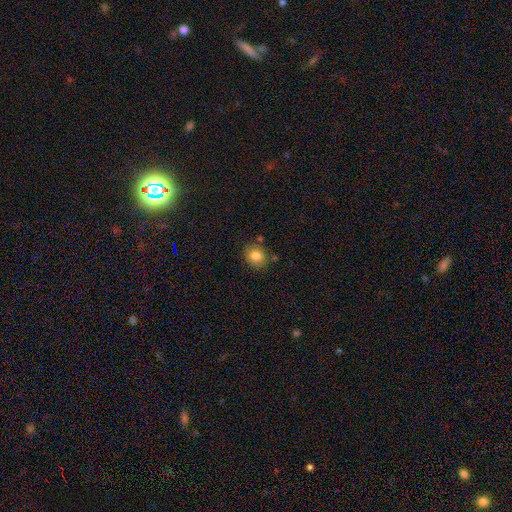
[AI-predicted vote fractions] Overall: smooth (80%). How rounded: round (68%; in between 31%). Merging: none (79%).